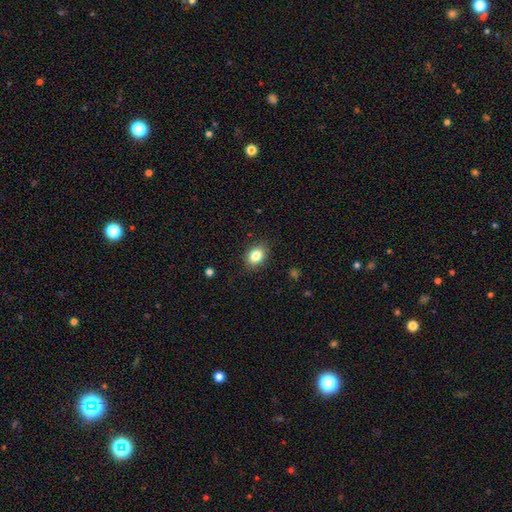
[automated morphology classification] Smooth or featured?
  - smooth: 83% *
  - star or artifact: 9%
  - featured or disk: 8%
How rounded?
  - in between: 70% *
  - round: 29%
  - cigar-shaped: 1%
Merging?
  - none: 85% *
  - minor disturbance: 11%
  - major disturbance: 3%
  - merger: 1%